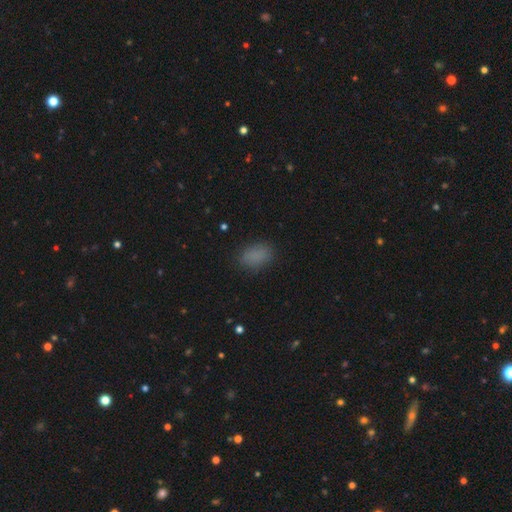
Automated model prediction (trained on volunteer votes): Q: Smooth or featured?
A: smooth (84%); runner-up: star or artifact (11%)
Q: How rounded?
A: in between (86%); runner-up: round (12%)
Q: Merging?
A: none (83%); runner-up: minor disturbance (13%)